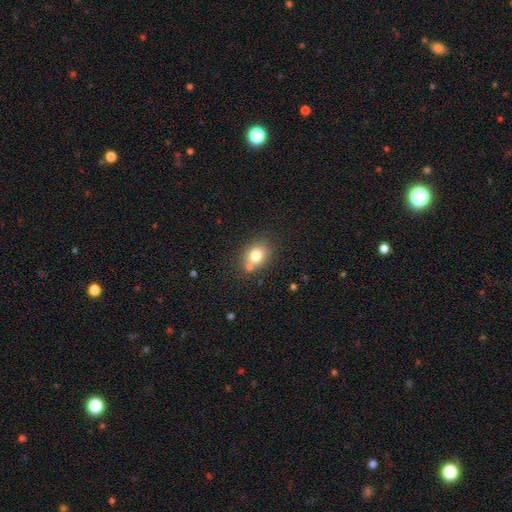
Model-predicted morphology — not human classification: Smooth or featured? smooth (76%)
How rounded? round (56%)
Merging? none (64%)